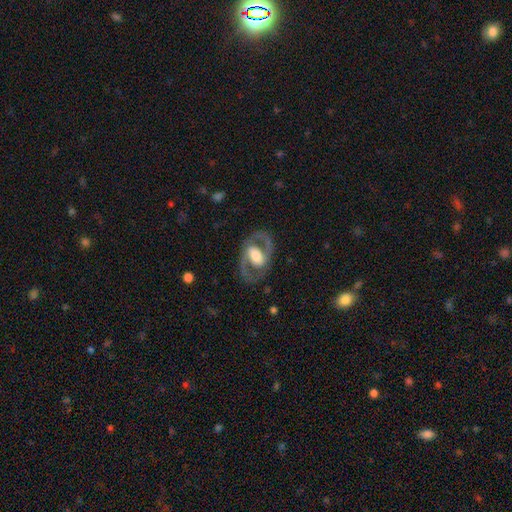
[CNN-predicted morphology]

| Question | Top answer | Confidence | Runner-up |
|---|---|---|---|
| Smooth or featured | featured or disk | 82% | smooth (13%) |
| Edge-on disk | no | 96% | yes (4%) |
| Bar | weak | 39% | no (31%) |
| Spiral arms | yes | 84% | no (16%) |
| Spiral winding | medium | 59% | tight (21%) |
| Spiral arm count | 2 | 91% | can't tell (4%) |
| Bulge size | moderate | 48% | large (37%) |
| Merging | none | 80% | minor disturbance (11%) |